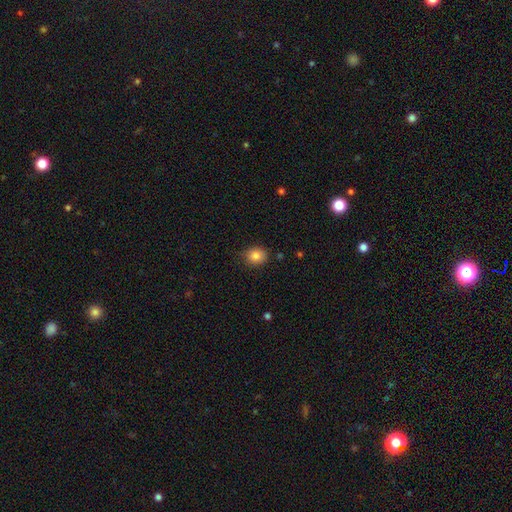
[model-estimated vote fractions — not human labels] This appears to be a smooth galaxy with no disk features (84%) that is round (65%). Merging: none (83%).